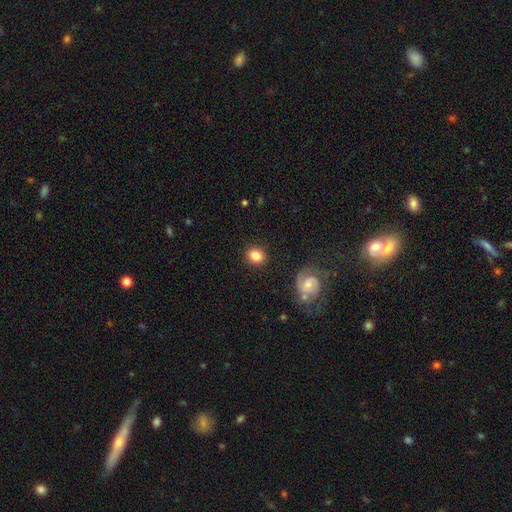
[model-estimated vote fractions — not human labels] smooth 83%, star or artifact 9%, featured or disk 8%. Down the decision tree: how rounded — round (79%); merging — none (88%).